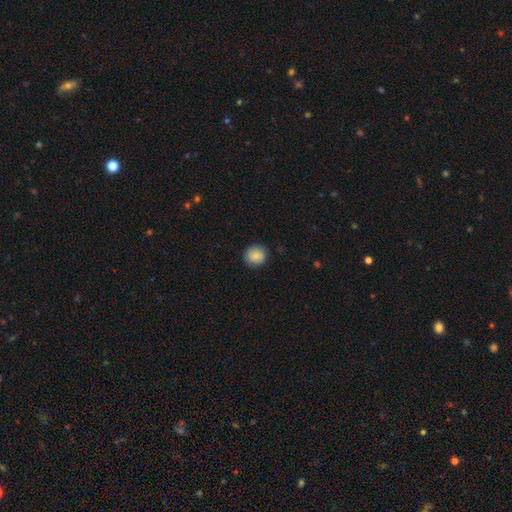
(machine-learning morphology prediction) A smooth galaxy with no disk features (84%) that is round (90%).

Vote fractions:
- Smooth or featured? smooth: 84% / featured or disk: 8% / star or artifact: 8%
- How rounded? round: 90% / in between: 9% / cigar-shaped: 1%
- Merging? none: 88% / minor disturbance: 9% / major disturbance: 2% / merger: 1%